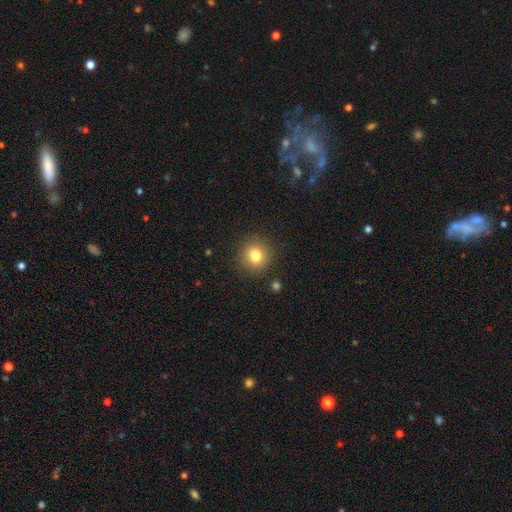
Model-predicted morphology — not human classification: A smooth galaxy with no disk features (79%) that is round (90%). Merging: none (88%).